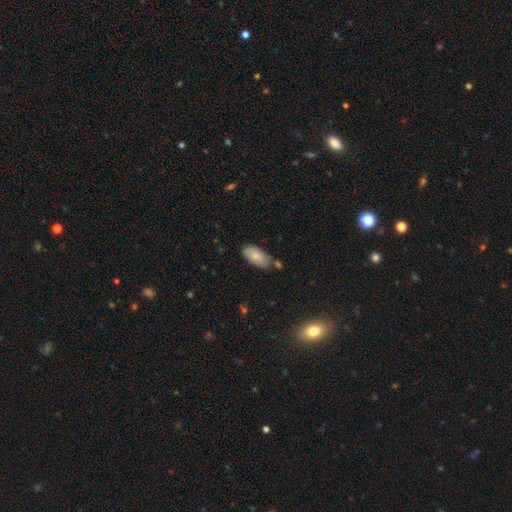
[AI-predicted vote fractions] A smooth galaxy with no disk features (82%) that is in between round and cigar-shaped (92%). Merging: none (69%).